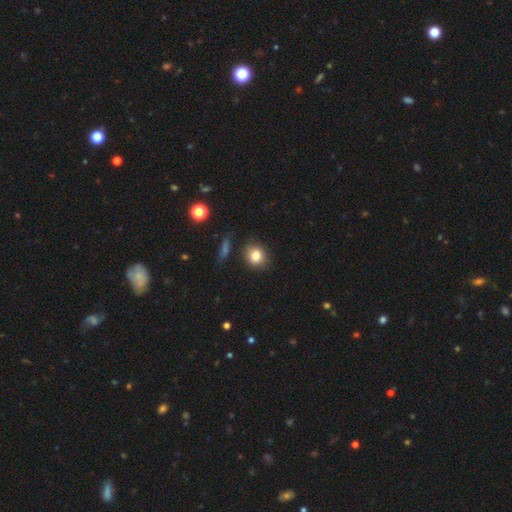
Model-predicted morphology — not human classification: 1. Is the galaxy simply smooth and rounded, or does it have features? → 82% smooth, 10% star or artifact, 8% featured or disk.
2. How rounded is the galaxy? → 70% round, 29% in between, 1% cigar-shaped.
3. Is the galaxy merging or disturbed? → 80% none, 14% minor disturbance, 3% merger, 3% major disturbance.